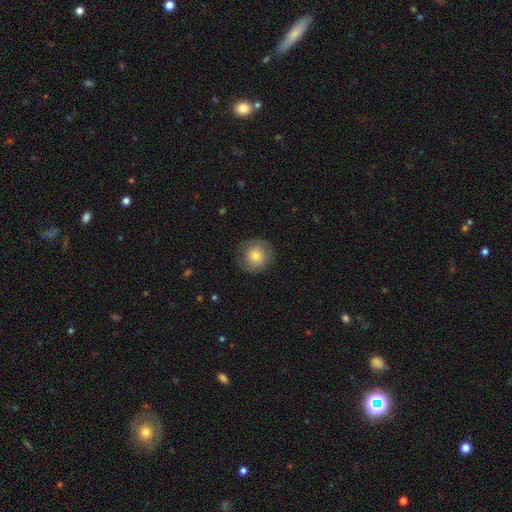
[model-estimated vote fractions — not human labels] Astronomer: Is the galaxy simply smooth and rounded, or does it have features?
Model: smooth — 70%.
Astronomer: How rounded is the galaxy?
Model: round — 92%.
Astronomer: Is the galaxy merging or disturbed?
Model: none — 80%.